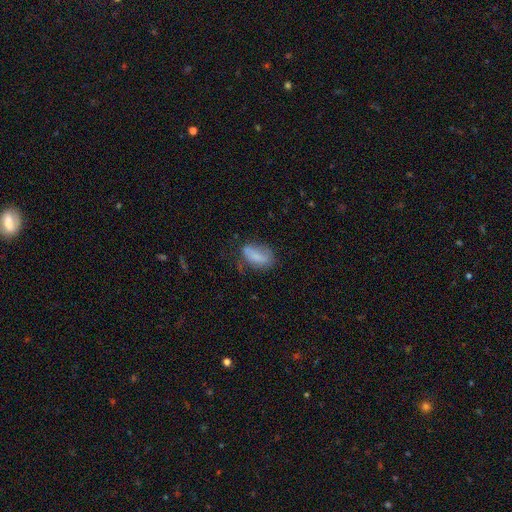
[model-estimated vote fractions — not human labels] A smooth galaxy with no disk features (67%) that is in between round and cigar-shaped (86%). Merging: none (47%).